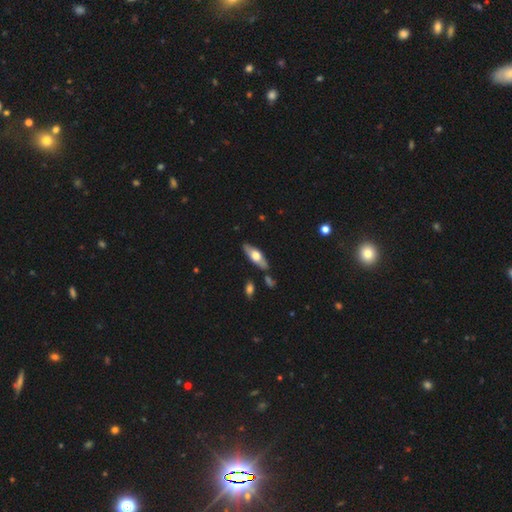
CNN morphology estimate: A smooth galaxy with no disk features (48%). Merging: none (79%).